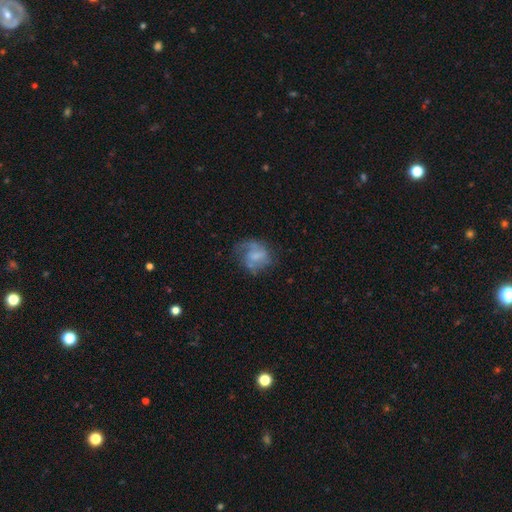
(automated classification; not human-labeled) Smooth or featured?
  - featured or disk: 54% *
  - smooth: 37%
  - star or artifact: 9%
Edge-on disk?
  - no: 98% *
  - yes: 2%
Bar?
  - no: 49% *
  - weak: 41%
  - strong: 10%
Spiral arms?
  - yes: 70% *
  - no: 30%
Bulge size?
  - none: 38% *
  - small: 29%
  - moderate: 25%
  - large: 7%
  - dominant: 2%
Merging?
  - none: 48% *
  - minor disturbance: 25%
  - major disturbance: 24%
  - merger: 3%